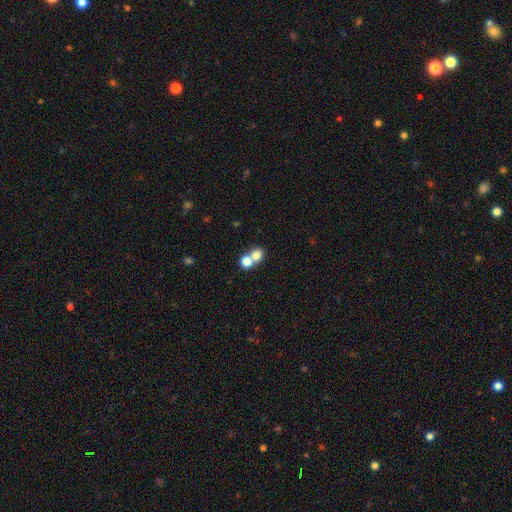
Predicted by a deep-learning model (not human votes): smooth 77%, featured or disk 12%, star or artifact 11%. Down the decision tree: how rounded — round (79%); merging — merger (57%).